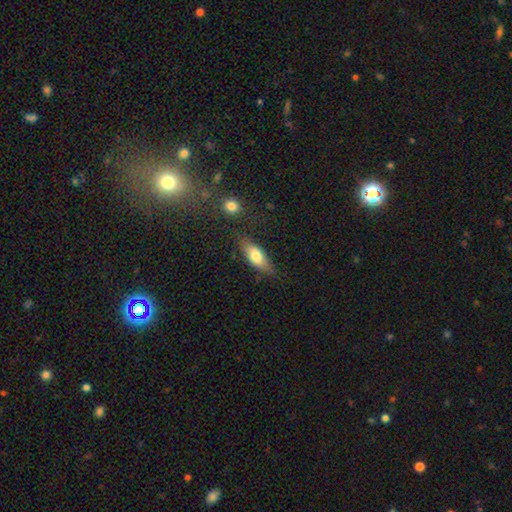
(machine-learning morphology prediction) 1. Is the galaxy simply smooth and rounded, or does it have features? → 73% smooth, 21% featured or disk, 7% star or artifact.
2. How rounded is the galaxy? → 73% in between, 24% cigar-shaped, 3% round.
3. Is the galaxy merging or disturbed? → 74% none, 18% minor disturbance, 5% major disturbance, 4% merger.